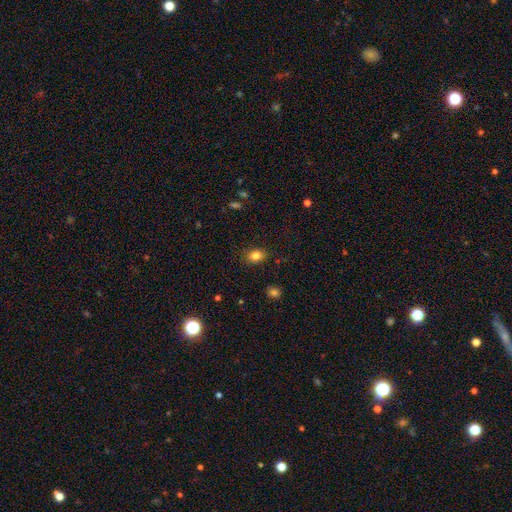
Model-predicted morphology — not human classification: type=smooth (83%); roundness=in between (68%); merging=none (85%).